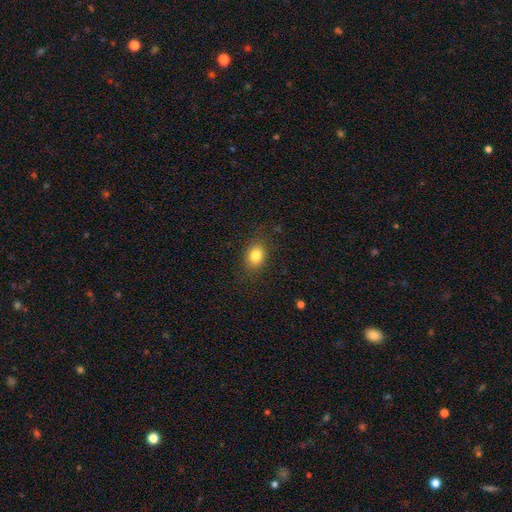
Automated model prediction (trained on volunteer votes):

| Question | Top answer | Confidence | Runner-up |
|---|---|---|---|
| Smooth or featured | smooth | 82% | star or artifact (10%) |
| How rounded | in between | 60% | round (39%) |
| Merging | none | 84% | minor disturbance (11%) |